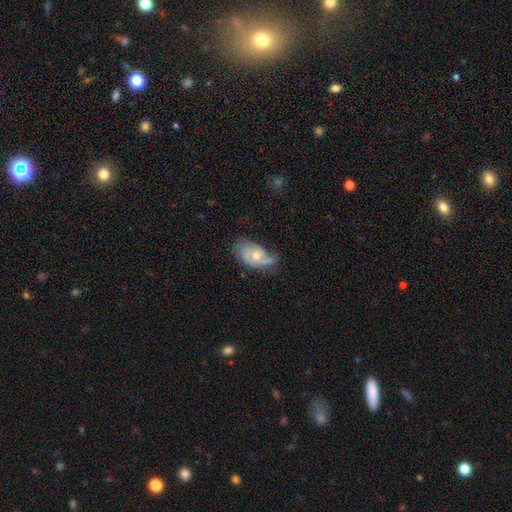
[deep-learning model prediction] Smooth or featured? featured or disk (60%)
Edge-on disk? no (95%)
Bar? no (72%)
Spiral arms? yes (79%)
Bulge size? moderate (56%)
Merging? none (44%)